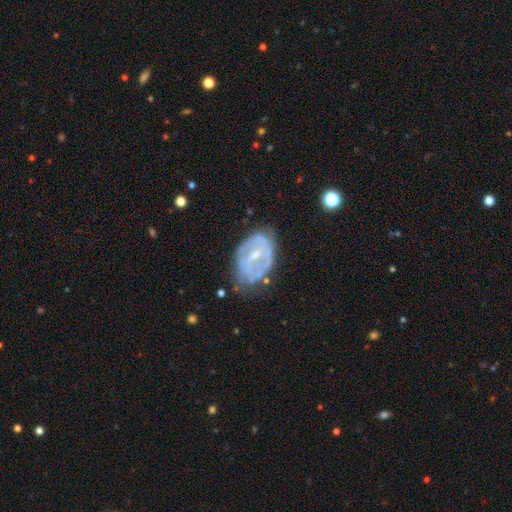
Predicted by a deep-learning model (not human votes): Smooth or featured?
  - featured or disk: 72% *
  - smooth: 20%
  - star or artifact: 7%
Edge-on disk?
  - no: 95% *
  - yes: 5%
Bar?
  - weak: 44% *
  - no: 28%
  - strong: 28%
Spiral arms?
  - yes: 54% *
  - no: 46%
Bulge size?
  - small: 58% *
  - moderate: 36%
  - none: 4%
  - large: 1%
  - dominant: 1%
Merging?
  - none: 52% *
  - minor disturbance: 30%
  - major disturbance: 15%
  - merger: 3%